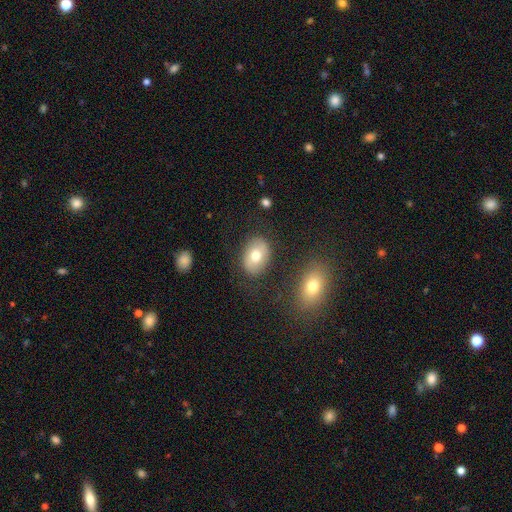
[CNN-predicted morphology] A smooth galaxy with no disk features (68%) that is in between round and cigar-shaped (75%).

Vote fractions:
- Smooth or featured? smooth: 68% / featured or disk: 24% / star or artifact: 8%
- How rounded? in between: 75% / round: 24% / cigar-shaped: 1%
- Merging? none: 82% / minor disturbance: 12% / major disturbance: 4% / merger: 3%